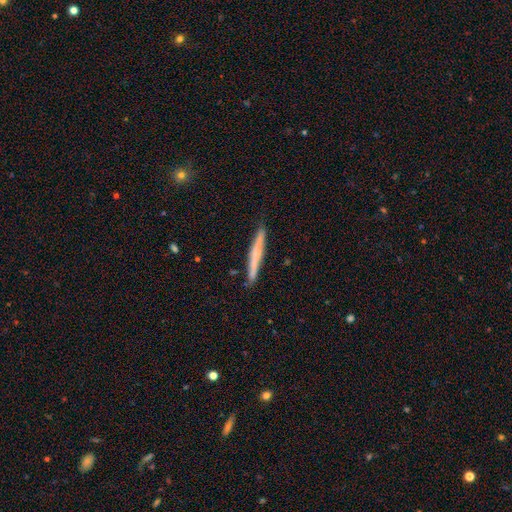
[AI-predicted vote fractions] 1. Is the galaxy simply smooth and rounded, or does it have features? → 49% featured or disk, 45% smooth, 6% star or artifact.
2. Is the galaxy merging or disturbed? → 88% none, 9% minor disturbance, 2% major disturbance, 1% merger.